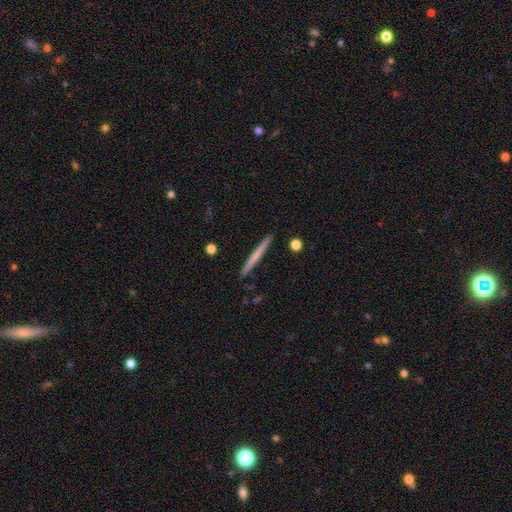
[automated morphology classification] Overall: smooth (56%; featured or disk 39%). How rounded: cigar-shaped (97%). Merging: none (91%).